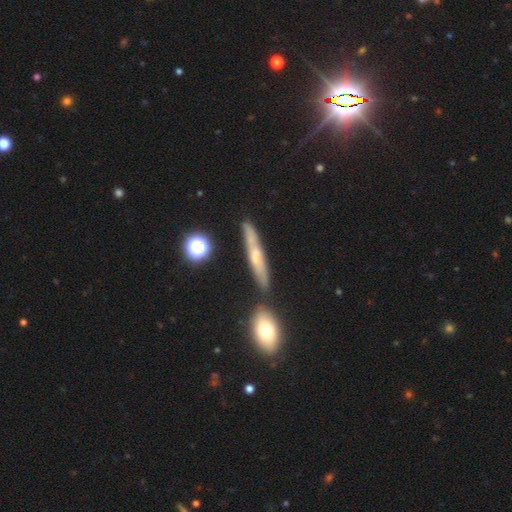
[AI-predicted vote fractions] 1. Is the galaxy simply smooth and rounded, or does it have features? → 52% featured or disk, 37% smooth, 11% star or artifact.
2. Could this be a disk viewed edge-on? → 80% yes, 20% no.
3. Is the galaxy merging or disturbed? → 75% none, 13% minor disturbance, 8% merger, 3% major disturbance.